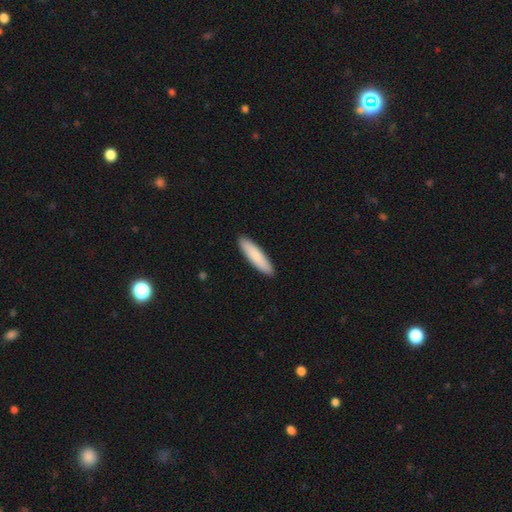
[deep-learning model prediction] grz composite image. It shows a smooth galaxy with no disk features (85%) that is cigar-shaped (77%). Merging: none (92%).